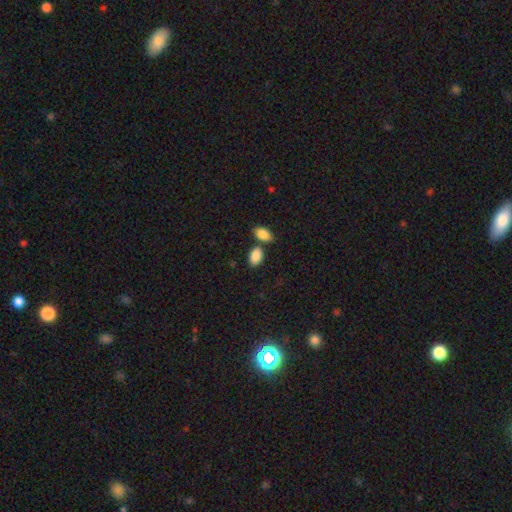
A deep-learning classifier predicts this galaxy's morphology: A smooth galaxy with no disk features (88%) that is in between round and cigar-shaped (90%).

Vote fractions:
- Smooth or featured? smooth: 88% / star or artifact: 7% / featured or disk: 5%
- How rounded? in between: 90% / round: 9% / cigar-shaped: 2%
- Merging? none: 61% / merger: 23% / minor disturbance: 12% / major disturbance: 3%